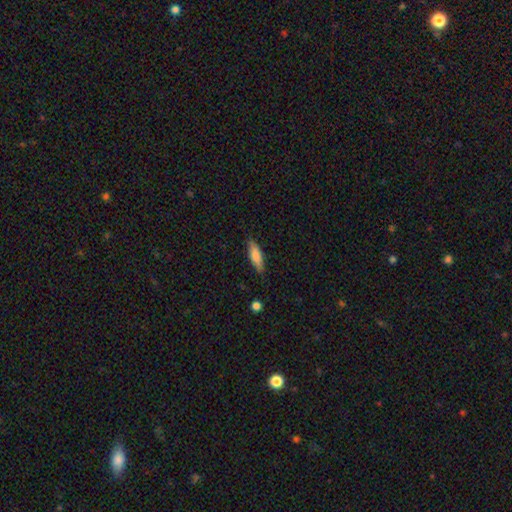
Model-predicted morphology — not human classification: This is likely a smooth galaxy (79%). How rounded: possibly cigar-shaped (55%). Merging: clearly none (83%).